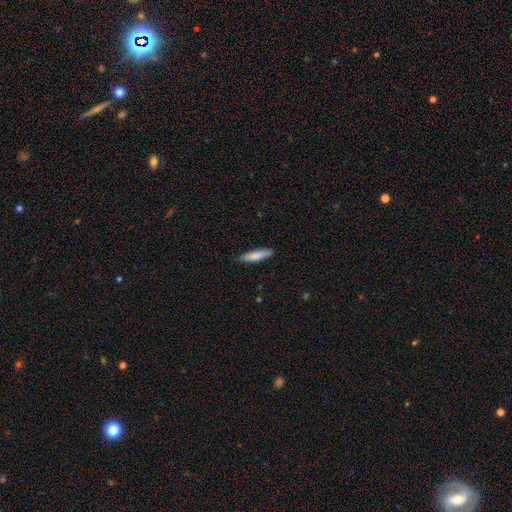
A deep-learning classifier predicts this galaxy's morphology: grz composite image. It shows a smooth galaxy with no disk features (80%) that is cigar-shaped (80%). Merging: none (84%).